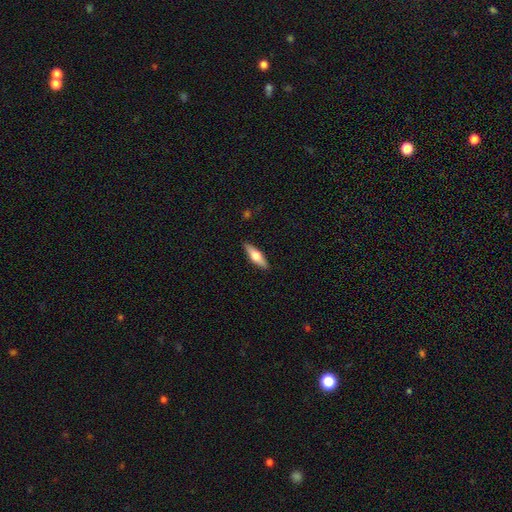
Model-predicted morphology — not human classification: Smooth or featured? Predicted: smooth (p=0.56). How rounded? Predicted: cigar-shaped (p=0.55). Merging? Predicted: none (p=0.89).